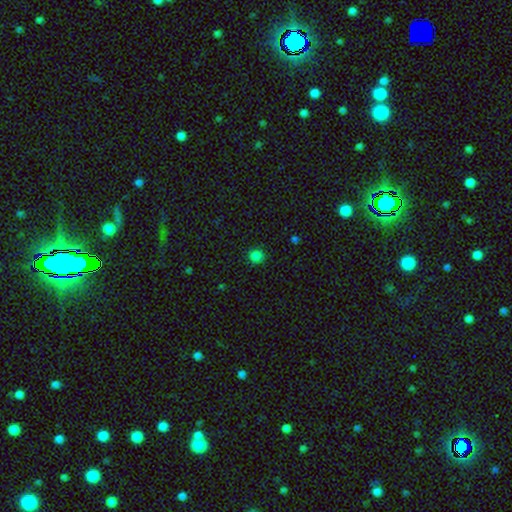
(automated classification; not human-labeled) Smooth or featured? Predicted: smooth (p=0.81). How rounded? Predicted: round (p=0.86). Merging? Predicted: none (p=0.88).